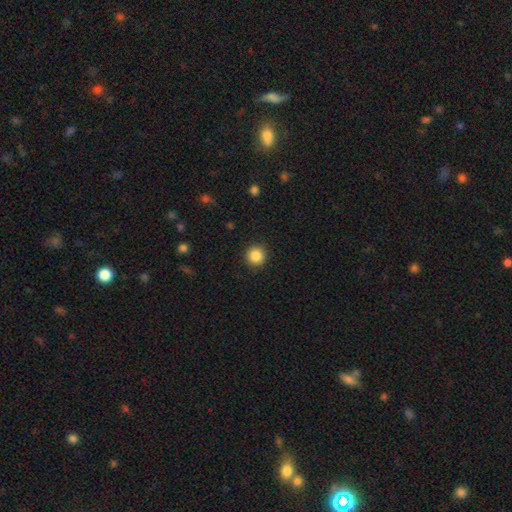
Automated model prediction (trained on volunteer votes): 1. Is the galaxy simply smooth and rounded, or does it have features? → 87% smooth, 10% star or artifact, 4% featured or disk.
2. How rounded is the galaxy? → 94% round, 5% in between, 1% cigar-shaped.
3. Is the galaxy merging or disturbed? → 92% none, 5% minor disturbance, 2% major disturbance, 1% merger.